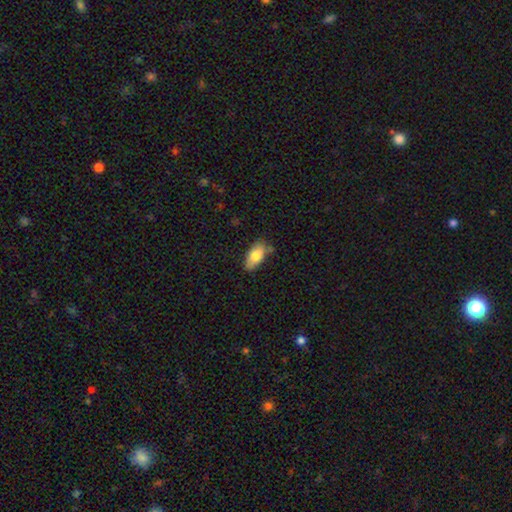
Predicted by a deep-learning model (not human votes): Overall: smooth (81%). How rounded: in between (90%). Merging: none (73%).